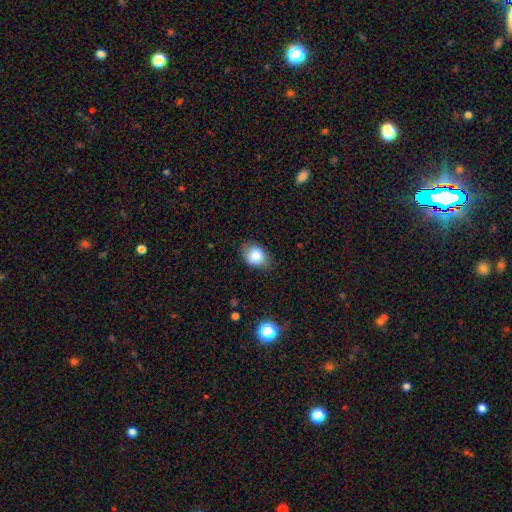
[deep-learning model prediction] The model was most divided on "how rounded": in between: 67%, round: 32%, cigar-shaped: 1%. More confident: smooth or featured — smooth (83%); merging — none (75%).